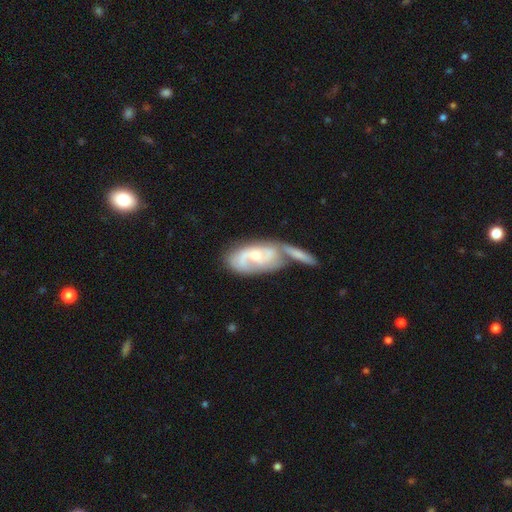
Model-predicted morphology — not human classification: smooth_or_featured: featured or disk (p=0.72) [alt: smooth p=0.22]
disk_edge_on: no (p=0.93) [alt: yes p=0.07]
bar: no (p=0.53) [alt: weak p=0.37]
has_spiral_arms: yes (p=0.86) [alt: no p=0.14]
spiral_winding: medium (p=0.43) [alt: tight p=0.32]
spiral_arm_count: 2 (p=0.67) [alt: can't tell p=0.19]
bulge_size: moderate (p=0.51) [alt: small p=0.43]
merging: merger (p=0.50) [alt: none p=0.27]